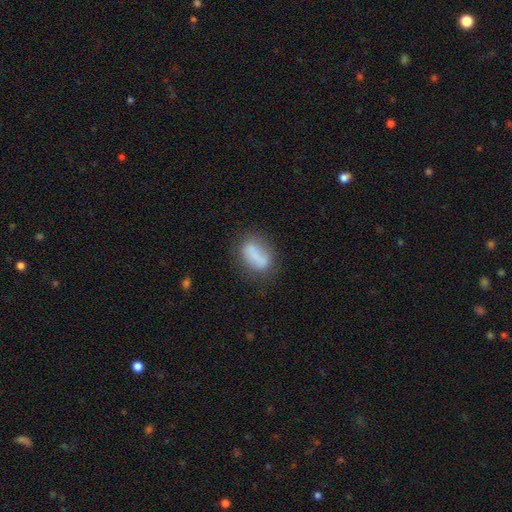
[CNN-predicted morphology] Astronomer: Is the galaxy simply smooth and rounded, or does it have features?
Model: smooth — 73%.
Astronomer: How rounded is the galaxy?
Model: in between — 79%.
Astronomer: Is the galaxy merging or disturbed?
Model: none — 60%.